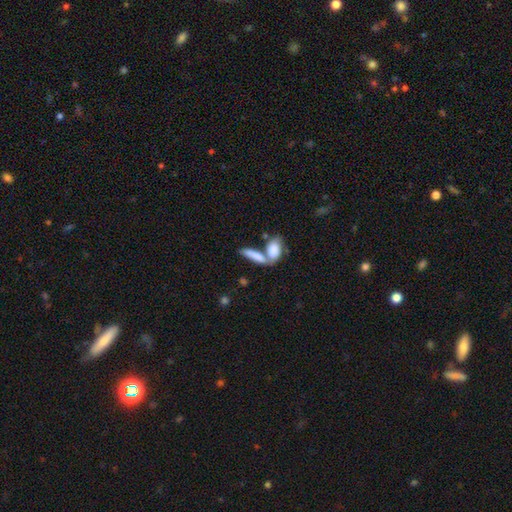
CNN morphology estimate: A smooth galaxy with no disk features (78%) that is in between round and cigar-shaped (63%).

Vote fractions:
- Smooth or featured? smooth: 78% / featured or disk: 16% / star or artifact: 6%
- How rounded? in between: 63% / cigar-shaped: 32% / round: 4%
- Merging? merger: 54% / none: 32% / minor disturbance: 9% / major disturbance: 5%